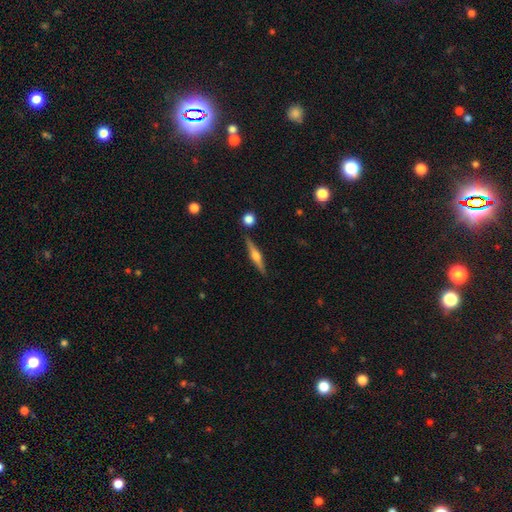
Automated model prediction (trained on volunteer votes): A featured or disk galaxy (69%) viewed edge-on (97%) with a rounded central bulge (90%). Merging: none (87%).